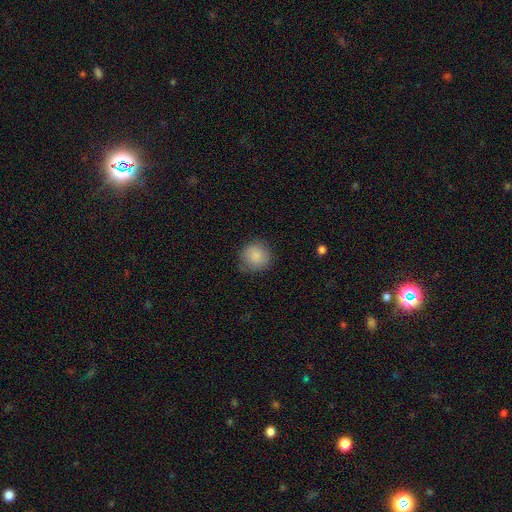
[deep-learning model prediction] smooth-or-featured: smooth: 87% | star or artifact: 7% | featured or disk: 6%
  how-rounded: round: 91% | in between: 8% | cigar-shaped: 1%
  merging: none: 79% | minor disturbance: 16% | major disturbance: 4% | merger: 1%